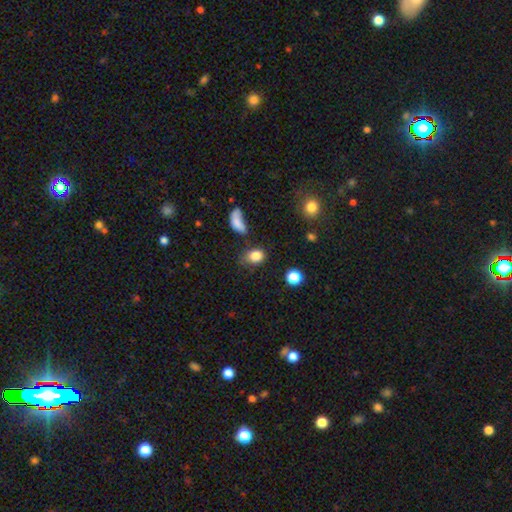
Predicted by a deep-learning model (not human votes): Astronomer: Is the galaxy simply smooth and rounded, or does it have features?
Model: smooth — 83%.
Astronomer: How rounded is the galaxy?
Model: in between — 55% (runner-up: round, 44%).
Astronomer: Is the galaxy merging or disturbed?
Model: none — 59%.